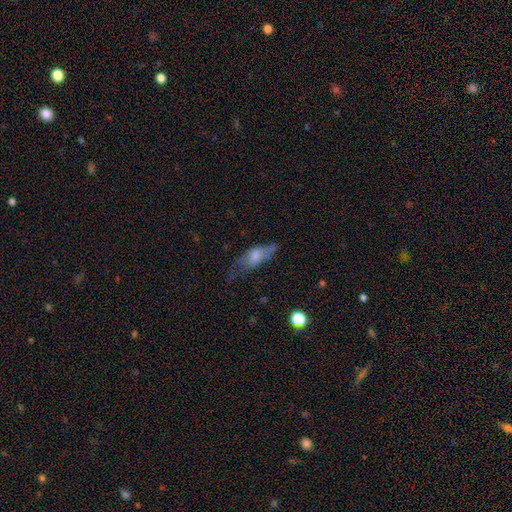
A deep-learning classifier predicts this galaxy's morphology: This is possibly a smooth galaxy (60%). How rounded: likely in between (68%). Merging: marginally none (42%).